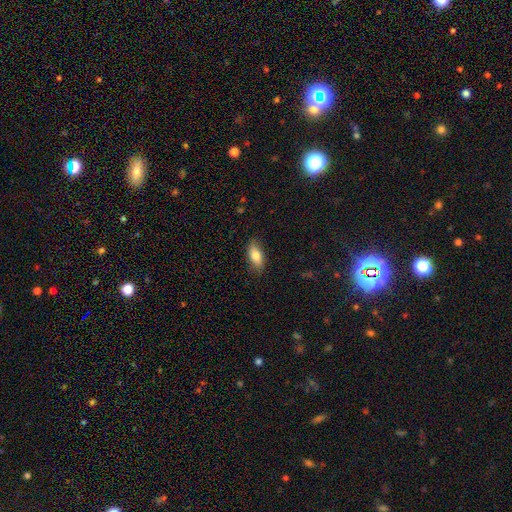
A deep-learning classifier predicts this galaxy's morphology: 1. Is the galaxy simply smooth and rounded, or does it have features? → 80% smooth, 13% featured or disk, 7% star or artifact.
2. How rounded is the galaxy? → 85% in between, 11% cigar-shaped, 3% round.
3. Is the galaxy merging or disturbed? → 83% none, 13% minor disturbance, 3% major disturbance, 1% merger.